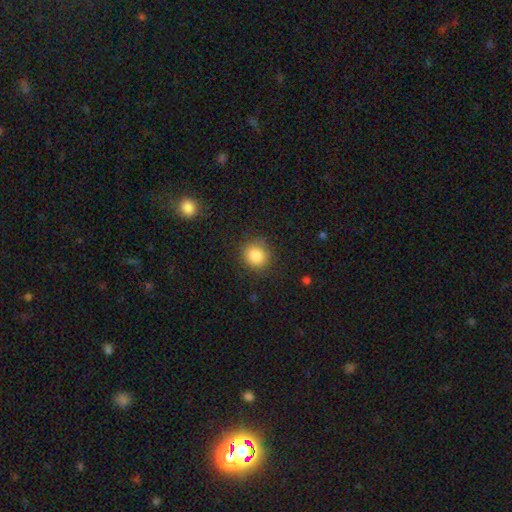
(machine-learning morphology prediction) This appears to be a smooth galaxy with no disk features (84%) that is round (84%). Merging: none (84%).